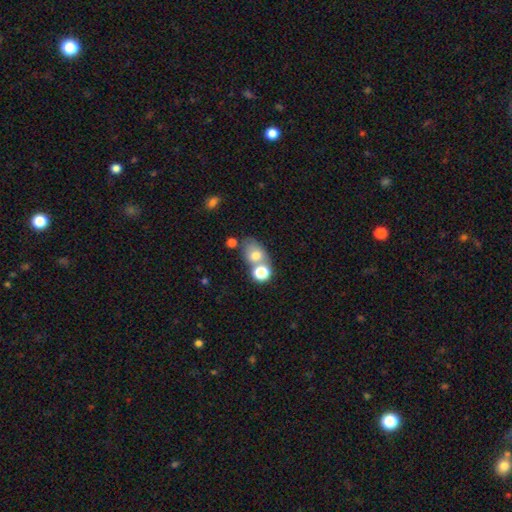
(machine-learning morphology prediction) type=smooth (70%); roundness=in between (65%); merging=none (42%).